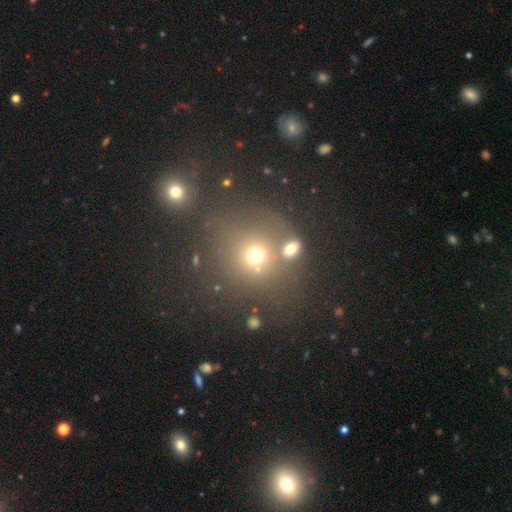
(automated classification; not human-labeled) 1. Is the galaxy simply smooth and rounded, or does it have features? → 67% smooth, 21% star or artifact, 13% featured or disk.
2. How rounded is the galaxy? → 78% round, 20% in between, 1% cigar-shaped.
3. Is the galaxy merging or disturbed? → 53% none, 27% merger, 12% minor disturbance, 8% major disturbance.